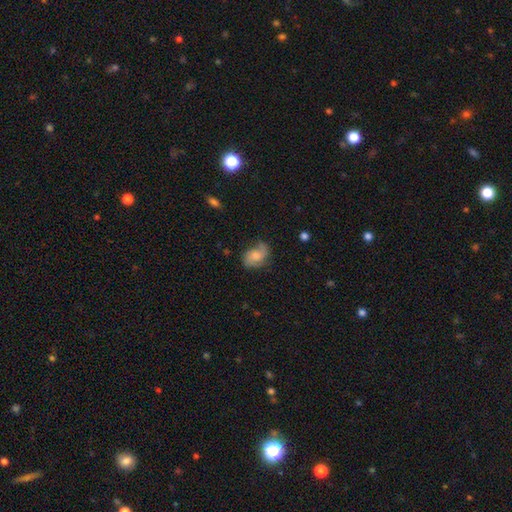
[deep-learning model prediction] Smooth or featured? Predicted: featured or disk (p=0.46). Merging? Predicted: none (p=0.61).